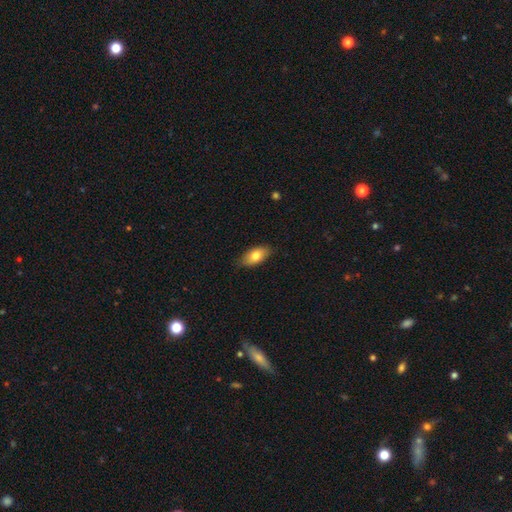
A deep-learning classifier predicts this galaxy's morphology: Smooth or featured?
  - smooth: 77% *
  - featured or disk: 16%
  - star or artifact: 7%
How rounded?
  - in between: 90% *
  - cigar-shaped: 6%
  - round: 4%
Merging?
  - none: 83% *
  - minor disturbance: 14%
  - major disturbance: 2%
  - merger: 1%